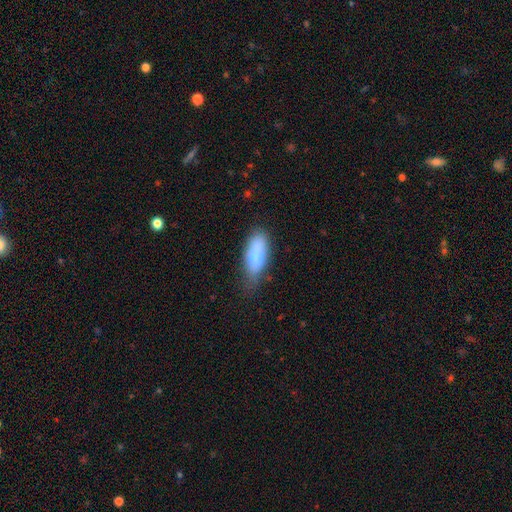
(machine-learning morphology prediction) A smooth galaxy with no disk features (78%) that is in between round and cigar-shaped (74%).

Vote fractions:
- Smooth or featured? smooth: 78% / featured or disk: 16% / star or artifact: 7%
- How rounded? in between: 74% / cigar-shaped: 24% / round: 2%
- Merging? none: 61% / minor disturbance: 29% / major disturbance: 7% / merger: 2%